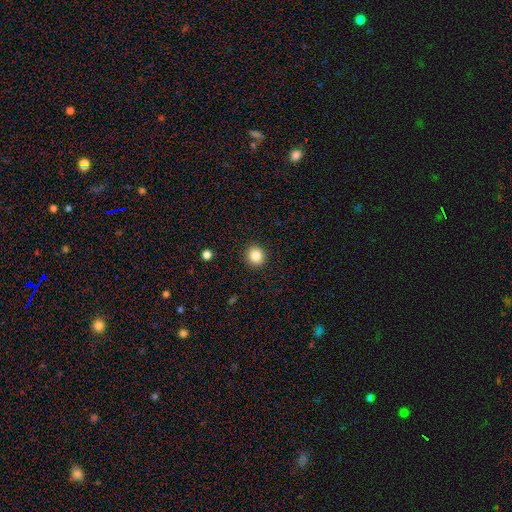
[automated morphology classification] This is clearly a smooth galaxy (85%). How rounded: clearly round (92%). Merging: clearly none (92%).